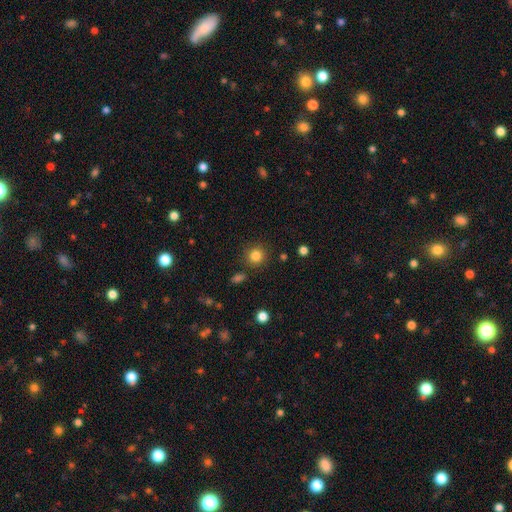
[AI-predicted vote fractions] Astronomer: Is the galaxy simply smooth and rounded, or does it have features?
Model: smooth — 83%.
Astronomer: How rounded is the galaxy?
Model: round — 91%.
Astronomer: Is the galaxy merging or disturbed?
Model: none — 87%.